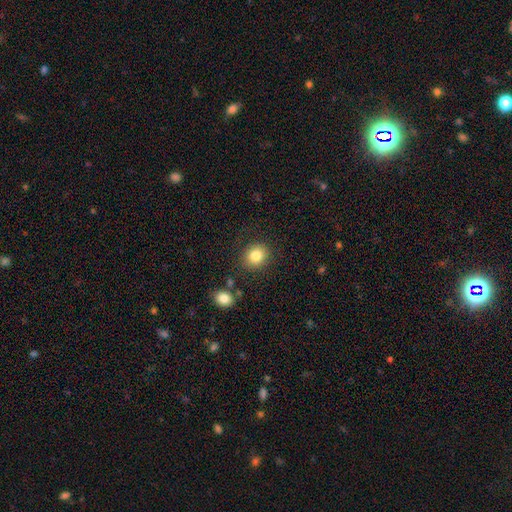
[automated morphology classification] A smooth galaxy with no disk features (83%) that is round (74%). Merging: none (84%).